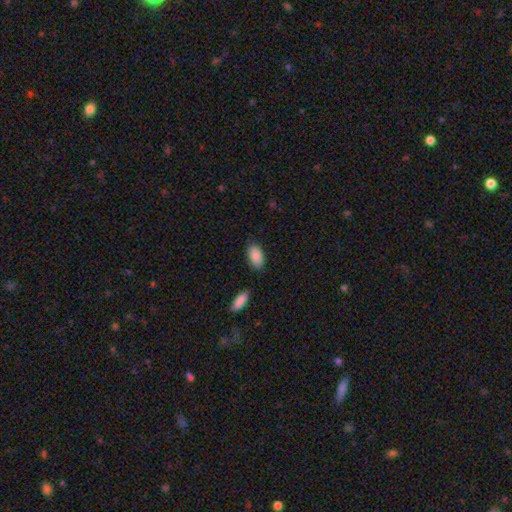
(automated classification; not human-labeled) The model was most divided on "merging": none: 79%, minor disturbance: 14%, merger: 4%, major disturbance: 3%. More confident: how rounded — in between (94%); smooth or featured — smooth (90%).